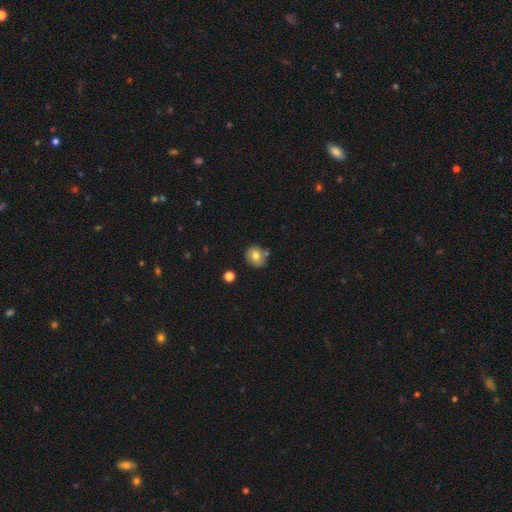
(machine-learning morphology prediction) Q: Smooth or featured?
A: smooth (73%); runner-up: featured or disk (17%)
Q: How rounded?
A: round (77%); runner-up: in between (22%)
Q: Merging?
A: none (75%); runner-up: minor disturbance (14%)